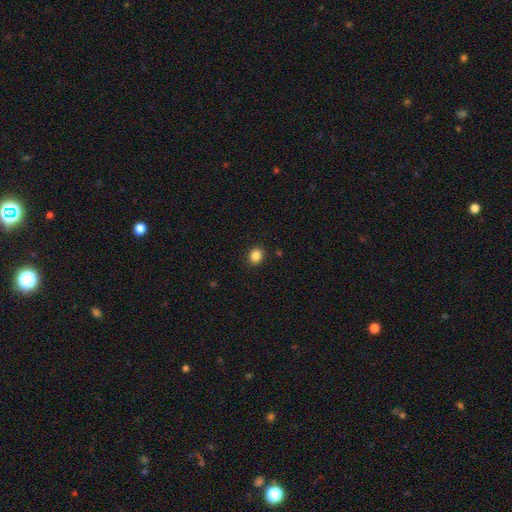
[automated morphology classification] This appears to be a smooth galaxy with no disk features (85%) that is round (75%). Merging: none (91%).